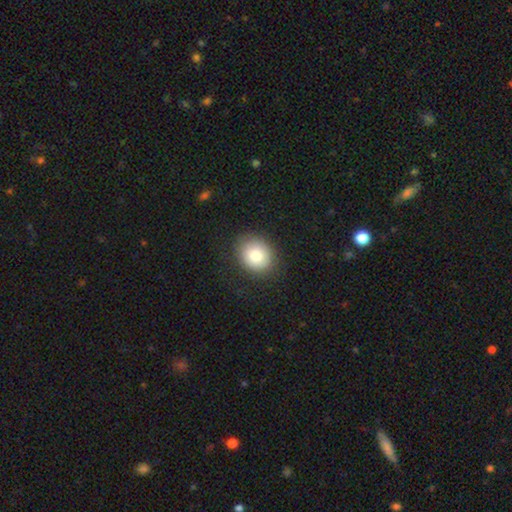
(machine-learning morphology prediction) smooth_or_featured: smooth (p=0.82) [alt: featured or disk p=0.10]
how_rounded: round (p=0.67) [alt: in between p=0.33]
merging: none (p=0.85) [alt: minor disturbance p=0.10]